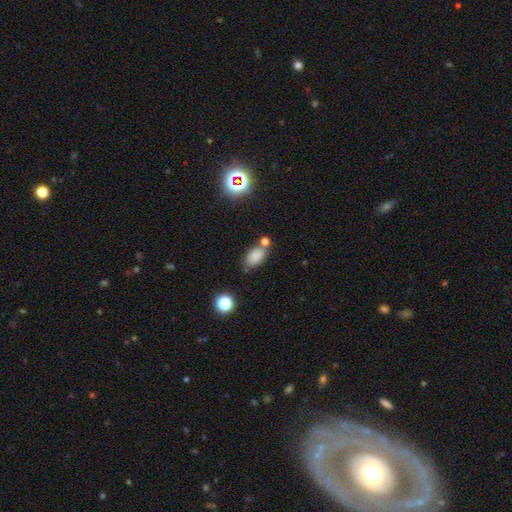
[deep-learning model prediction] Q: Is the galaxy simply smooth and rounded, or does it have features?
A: smooth — 81%.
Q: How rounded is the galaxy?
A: in between — 90%.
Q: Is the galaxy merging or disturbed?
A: none — 68%.